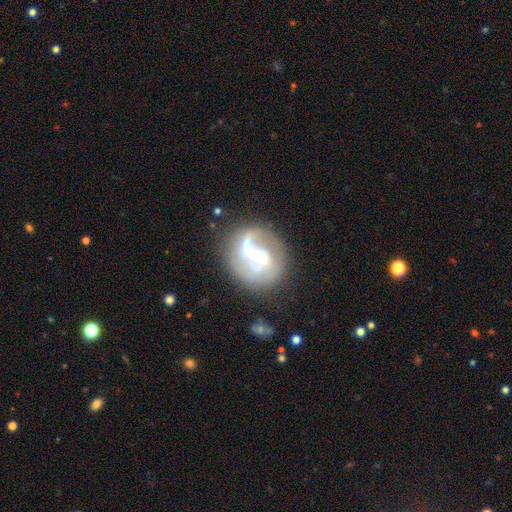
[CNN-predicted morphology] featured or disk 82%, smooth 11%, star or artifact 7%. Down the decision tree: edge-on disk — no (97%); bar — weak (45%); spiral arms — yes (90%); spiral arm count — 2 (76%); spiral winding — loose (48%); bulge size — small (59%); merging — none (69%).